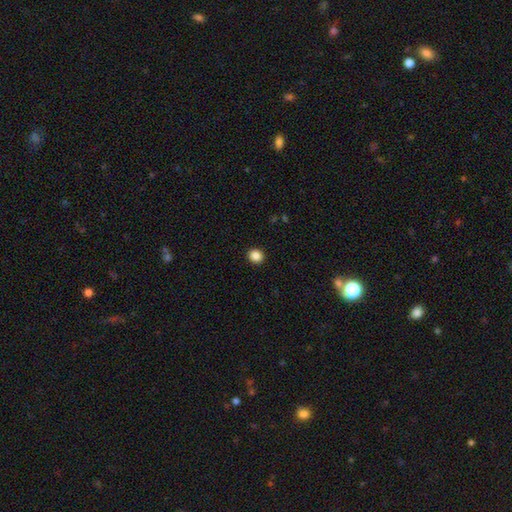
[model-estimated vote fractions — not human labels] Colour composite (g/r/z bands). It shows a smooth galaxy with no disk features (86%) that is round (80%). Merging: none (92%).